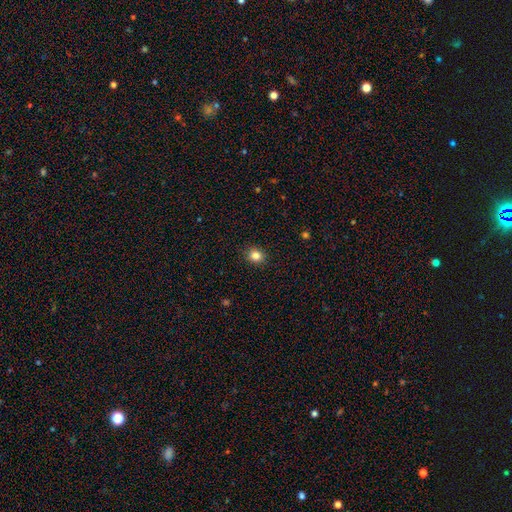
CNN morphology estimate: smooth-or-featured: smooth: 84% | star or artifact: 11% | featured or disk: 5%
  how-rounded: round: 75% | in between: 24% | cigar-shaped: 1%
  merging: none: 91% | minor disturbance: 7% | major disturbance: 2% | merger: 1%